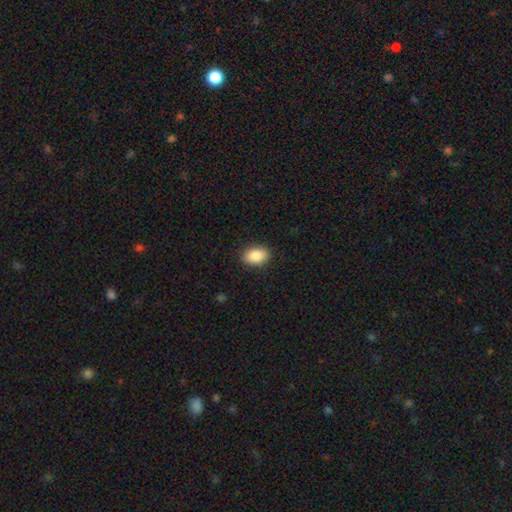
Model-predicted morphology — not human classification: smooth-or-featured: smooth: 89% | star or artifact: 7% | featured or disk: 4%
  how-rounded: in between: 85% | round: 14% | cigar-shaped: 1%
  merging: none: 88% | minor disturbance: 9% | major disturbance: 2% | merger: 1%